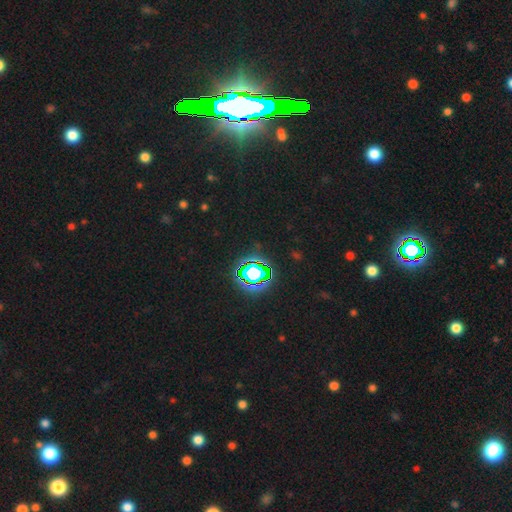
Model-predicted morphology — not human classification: Smooth or featured: star or artifact — 82% (smooth — 9%)